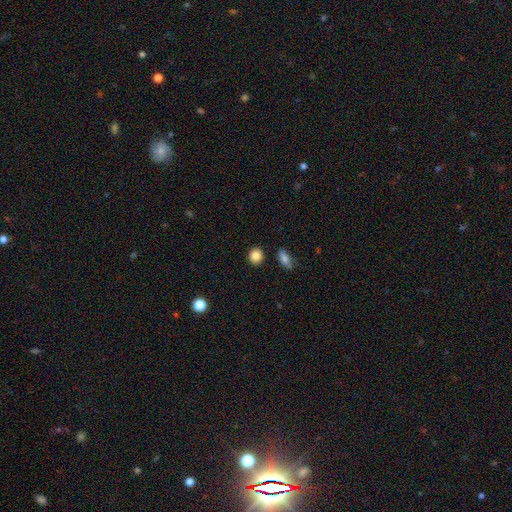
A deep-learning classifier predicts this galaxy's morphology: This is clearly a smooth galaxy (86%). How rounded: clearly round (83%). Merging: clearly none (88%).